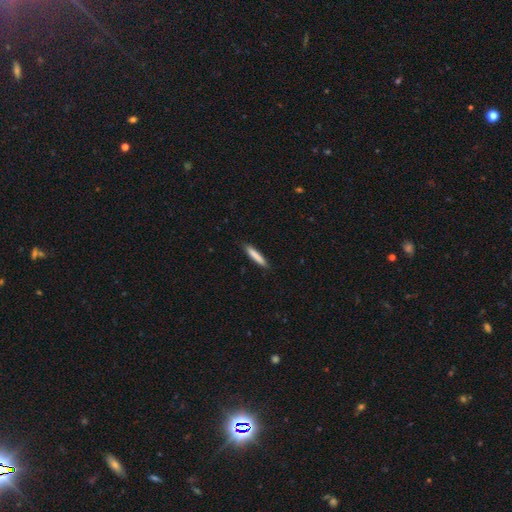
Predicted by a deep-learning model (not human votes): This appears to be a smooth galaxy with no disk features (82%) that is cigar-shaped (91%). Merging: none (89%).